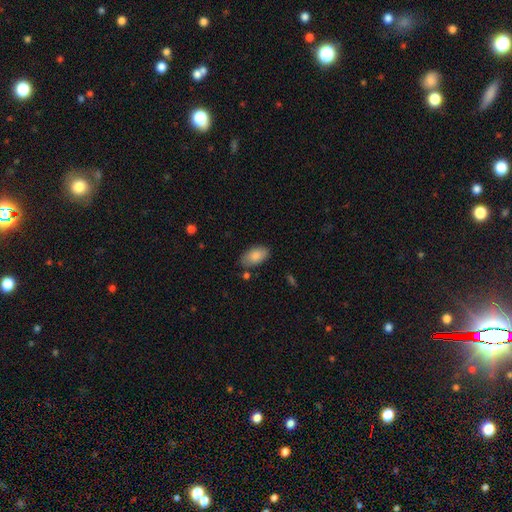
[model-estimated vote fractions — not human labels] Smooth or featured?
  - smooth: 86% *
  - featured or disk: 8%
  - star or artifact: 6%
How rounded?
  - in between: 95% *
  - round: 3%
  - cigar-shaped: 2%
Merging?
  - none: 77% *
  - minor disturbance: 16%
  - merger: 4%
  - major disturbance: 3%